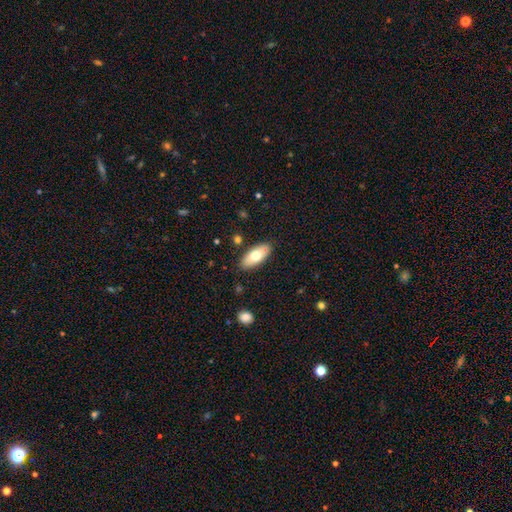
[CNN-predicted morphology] A smooth galaxy with no disk features (66%) that is in between round and cigar-shaped (86%). Merging: none (84%).